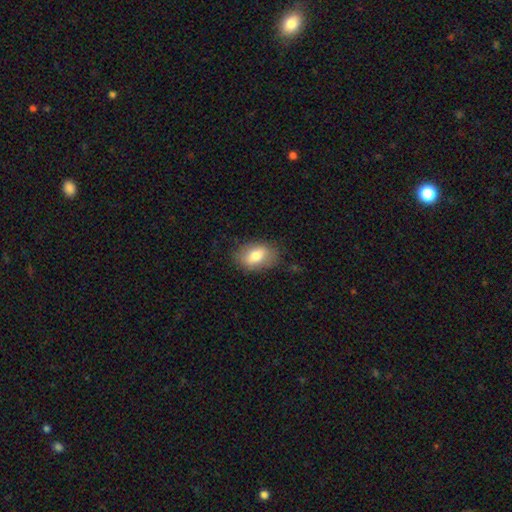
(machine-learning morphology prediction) Smooth or featured? Predicted: smooth (p=0.74). How rounded? Predicted: in between (p=0.86). Merging? Predicted: none (p=0.77).